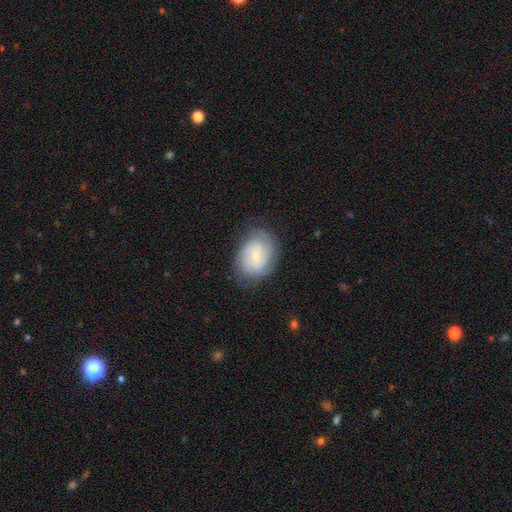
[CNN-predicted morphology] The model was most divided on "smooth or featured": featured or disk: 55%, smooth: 37%, star or artifact: 8%. More confident: edge-on disk — no (97%); spiral arms — yes (85%); merging — none (74%); bulge size — small (73%); bar — no (64%).